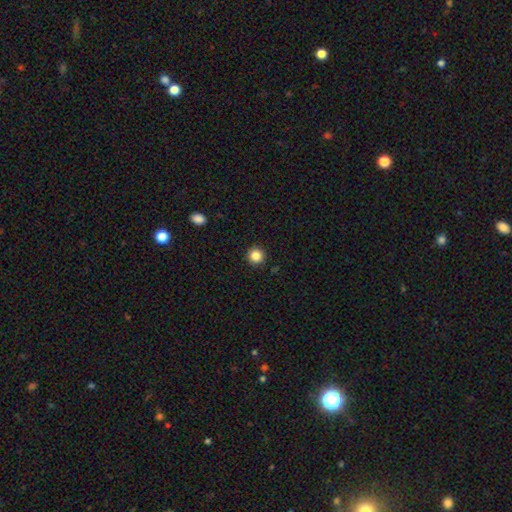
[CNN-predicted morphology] Overall: smooth (85%). How rounded: round (96%). Merging: none (93%).